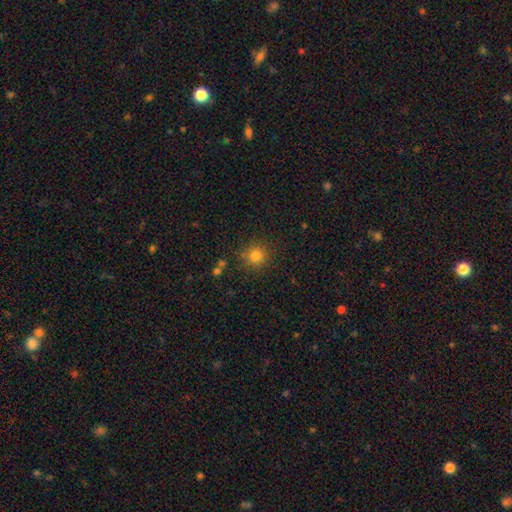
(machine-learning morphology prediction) smooth_or_featured: smooth (p=0.80) [alt: star or artifact p=0.14]
how_rounded: round (p=0.93) [alt: in between p=0.06]
merging: none (p=0.87) [alt: minor disturbance p=0.08]